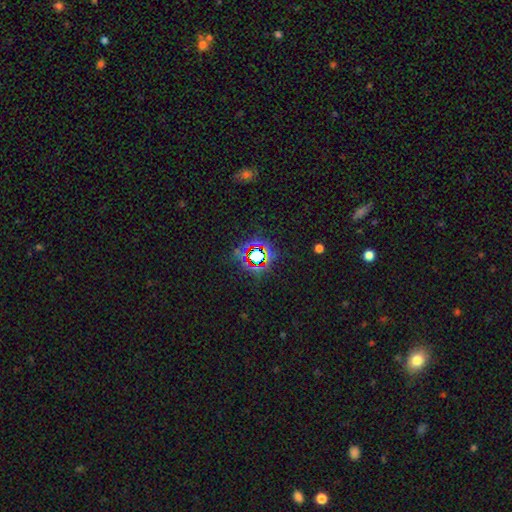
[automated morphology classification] Smooth or featured?
  - star or artifact: 72% *
  - smooth: 17%
  - featured or disk: 10%